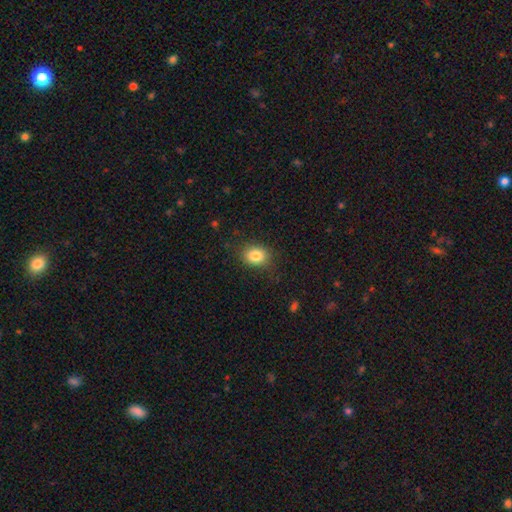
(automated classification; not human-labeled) The model was most divided on "how rounded": round: 52%, in between: 48%, cigar-shaped: 1%. More confident: merging — none (84%); smooth or featured — smooth (83%).